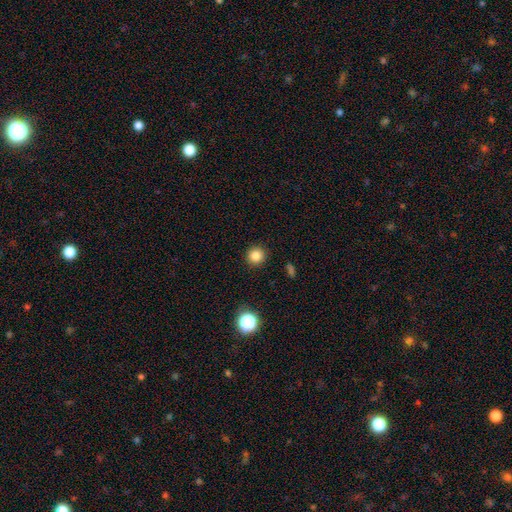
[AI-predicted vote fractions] smooth 84%, star or artifact 12%, featured or disk 4%. Down the decision tree: how rounded — round (95%); merging — none (92%).